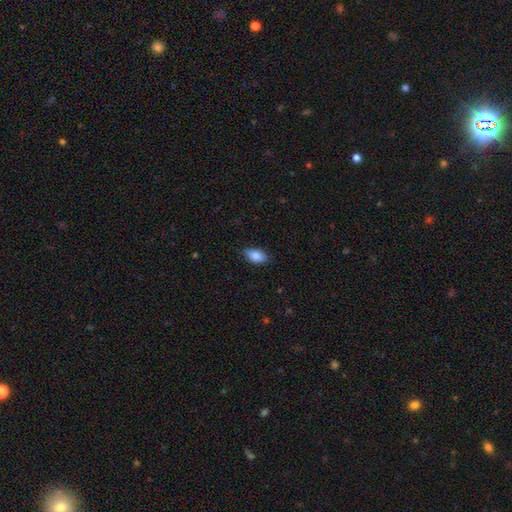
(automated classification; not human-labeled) The model was most divided on "merging": none: 80%, minor disturbance: 17%, major disturbance: 3%, merger: 1%. More confident: how rounded — in between (91%); smooth or featured — smooth (86%).